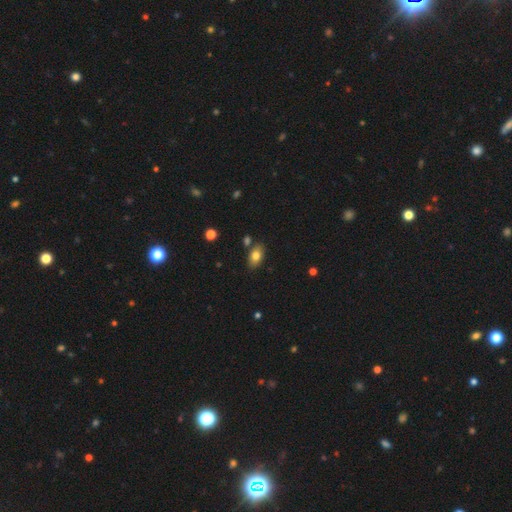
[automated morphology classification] Overall: smooth (79%). How rounded: in between (88%). Merging: none (79%).